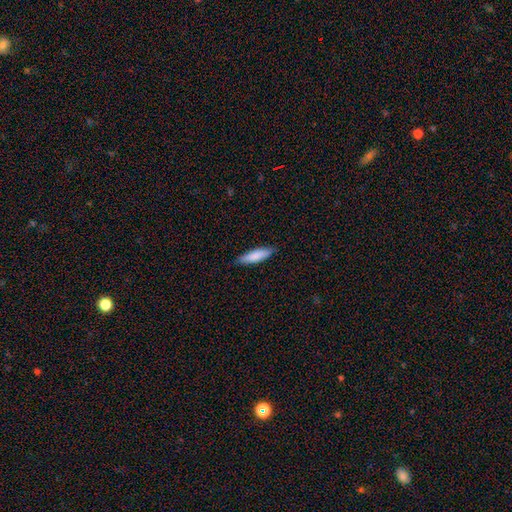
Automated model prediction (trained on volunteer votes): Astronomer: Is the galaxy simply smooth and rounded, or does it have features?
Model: smooth — 84%.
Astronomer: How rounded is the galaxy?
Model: cigar-shaped — 67%.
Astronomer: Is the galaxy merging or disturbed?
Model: none — 86%.